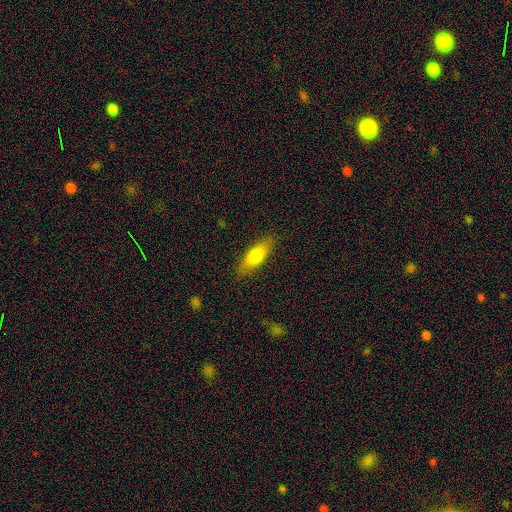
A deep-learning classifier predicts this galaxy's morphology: smooth_or_featured: smooth (p=0.77) [alt: featured or disk p=0.17]
how_rounded: in between (p=0.60) [alt: cigar-shaped p=0.37]
merging: none (p=0.85) [alt: minor disturbance p=0.11]